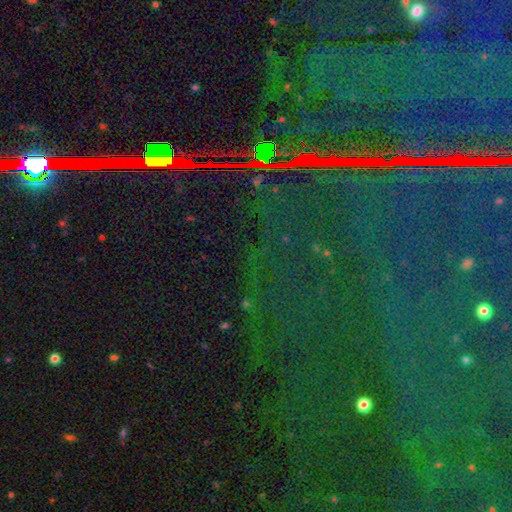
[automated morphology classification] A star or artifact, not a galaxy (84%).

Vote fractions:
- Smooth or featured? star or artifact: 84% / featured or disk: 8% / smooth: 8%